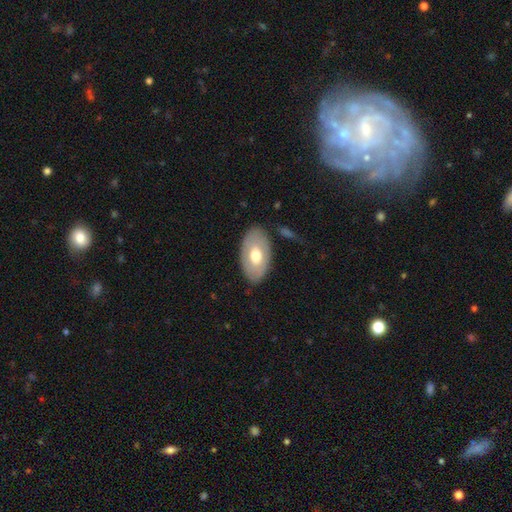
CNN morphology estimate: smooth_or_featured: smooth (p=0.57) [alt: featured or disk p=0.37]
how_rounded: in between (p=0.93) [alt: round p=0.06]
merging: none (p=0.80) [alt: minor disturbance p=0.14]